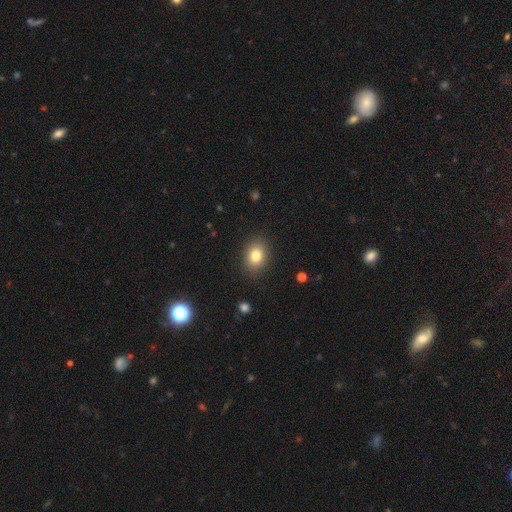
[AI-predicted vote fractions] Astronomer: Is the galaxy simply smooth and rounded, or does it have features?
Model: smooth — 81%.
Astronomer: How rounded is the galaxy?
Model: in between — 62% (runner-up: round, 37%).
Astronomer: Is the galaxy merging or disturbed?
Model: none — 87%.